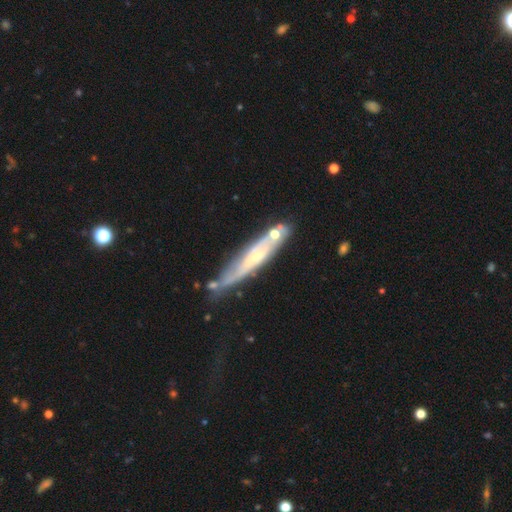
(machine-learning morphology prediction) A featured or disk galaxy (63%) viewed edge-on (65%). Merging: none (59%).